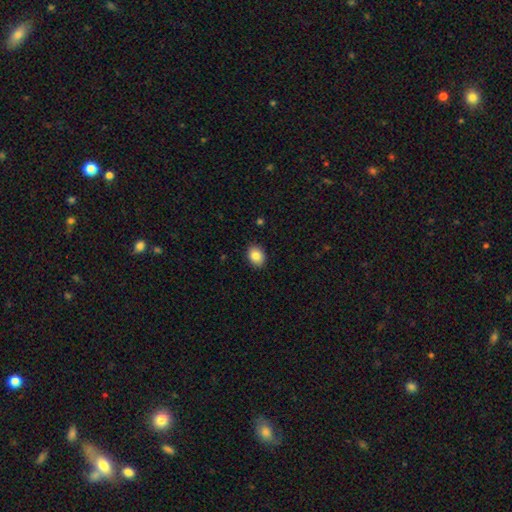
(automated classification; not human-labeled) smooth_or_featured: smooth (p=0.86) [alt: star or artifact p=0.08]
how_rounded: in between (p=0.62) [alt: round p=0.37]
merging: none (p=0.89) [alt: minor disturbance p=0.08]